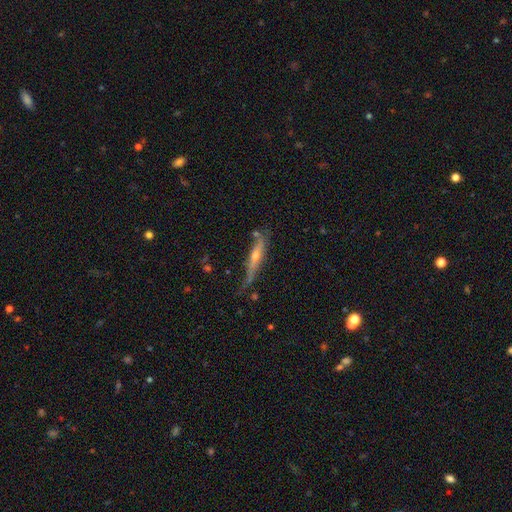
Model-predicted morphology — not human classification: Q: Smooth or featured?
A: featured or disk (72%); runner-up: smooth (21%)
Q: Edge-on disk?
A: yes (91%); runner-up: no (9%)
Q: Edge-on bulge?
A: rounded (85%); runner-up: none (11%)
Q: Merging?
A: none (58%); runner-up: minor disturbance (28%)